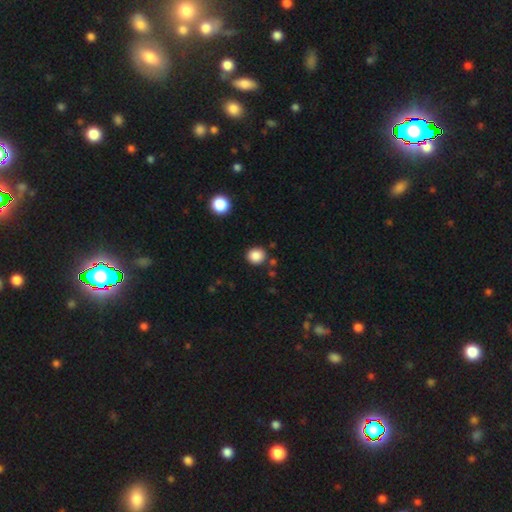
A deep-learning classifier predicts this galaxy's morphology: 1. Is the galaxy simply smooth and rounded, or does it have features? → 87% smooth, 10% star or artifact, 3% featured or disk.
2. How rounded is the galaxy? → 84% round, 15% in between, 1% cigar-shaped.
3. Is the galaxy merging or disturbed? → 85% none, 8% minor disturbance, 4% merger, 3% major disturbance.